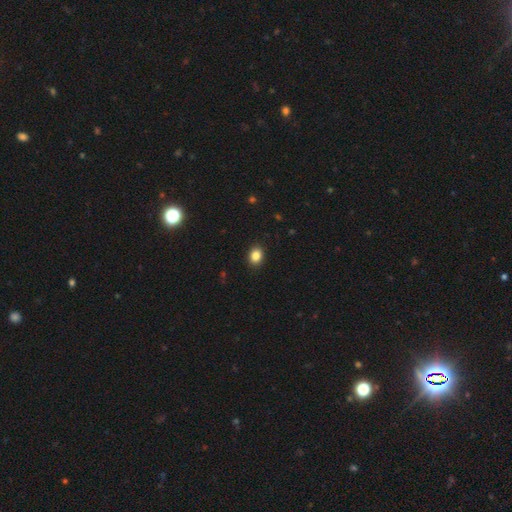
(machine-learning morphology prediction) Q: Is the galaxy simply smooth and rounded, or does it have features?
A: smooth — 85%.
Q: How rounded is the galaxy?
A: in between — 54%.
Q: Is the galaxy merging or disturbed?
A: none — 90%.